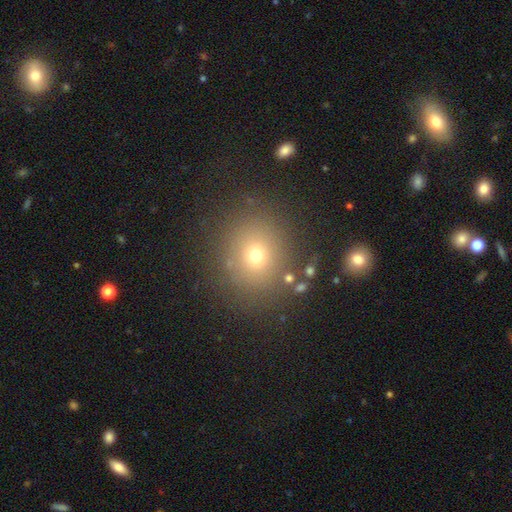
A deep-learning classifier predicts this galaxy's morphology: This appears to be a smooth galaxy with no disk features (67%) that is round (77%). Merging: none (84%).